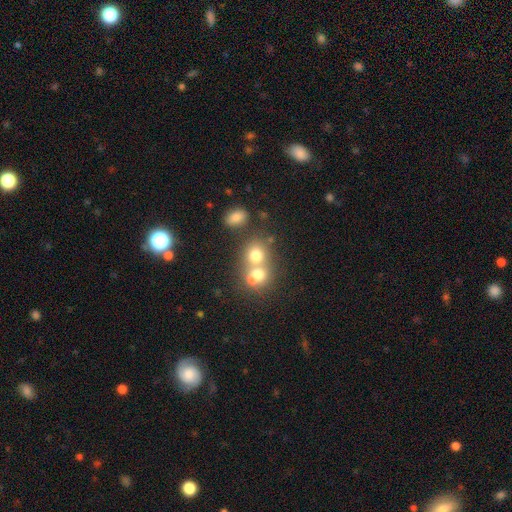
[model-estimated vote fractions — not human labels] This appears to be a smooth galaxy with no disk features (71%) that is round (72%). Merging: merger (56%).